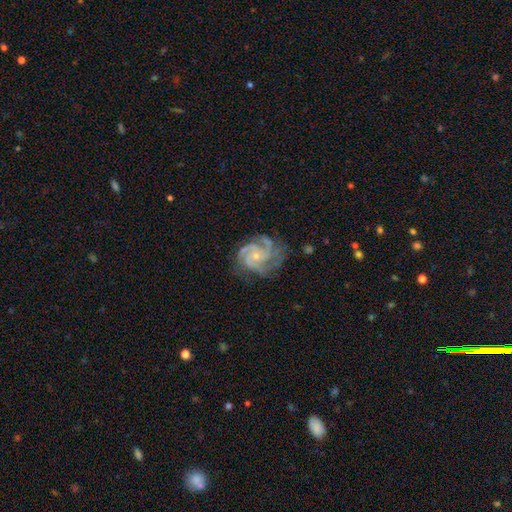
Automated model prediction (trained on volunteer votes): Smooth or featured?
  - featured or disk: 90% *
  - star or artifact: 5%
  - smooth: 5%
Edge-on disk?
  - no: 98% *
  - yes: 2%
Bar?
  - no: 73% *
  - weak: 22%
  - strong: 5%
Spiral arms?
  - yes: 98% *
  - no: 2%
Spiral winding?
  - tight: 56% *
  - medium: 38%
  - loose: 5%
Spiral arm count?
  - 3: 52% *
  - 4: 18%
  - 2: 12%
  - can't tell: 9%
  - more than 4: 5%
  - 1: 5%
Bulge size?
  - small: 72% *
  - moderate: 24%
  - none: 2%
  - large: 1%
  - dominant: 1%
Merging?
  - none: 67% *
  - minor disturbance: 22%
  - major disturbance: 10%
  - merger: 2%